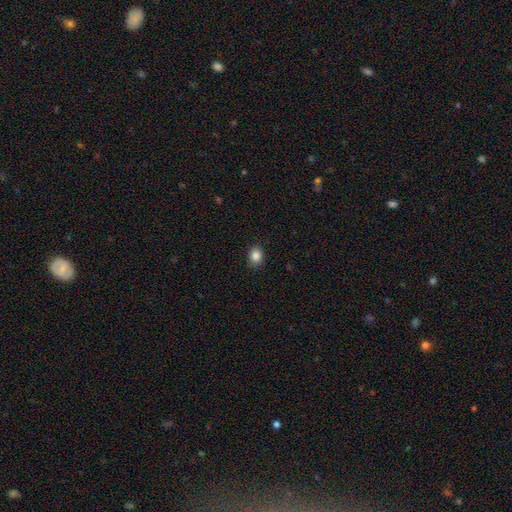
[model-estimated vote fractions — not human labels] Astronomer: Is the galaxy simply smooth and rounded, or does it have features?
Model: smooth — 86%.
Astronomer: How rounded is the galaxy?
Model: round — 55% (runner-up: in between, 44%).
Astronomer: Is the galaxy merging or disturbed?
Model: none — 88%.